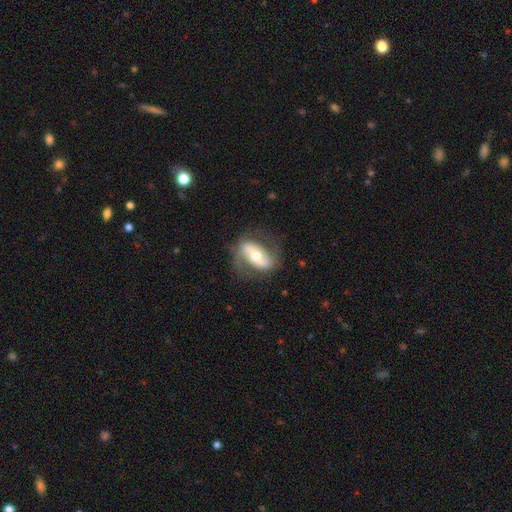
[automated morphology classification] featured or disk 70%, smooth 24%, star or artifact 6%. Down the decision tree: edge-on disk — no (91%); bar — strong (45%); spiral arms — yes (78%); spiral arm count — 2 (86%); spiral winding — loose (43%); bulge size — moderate (65%); merging — none (70%).